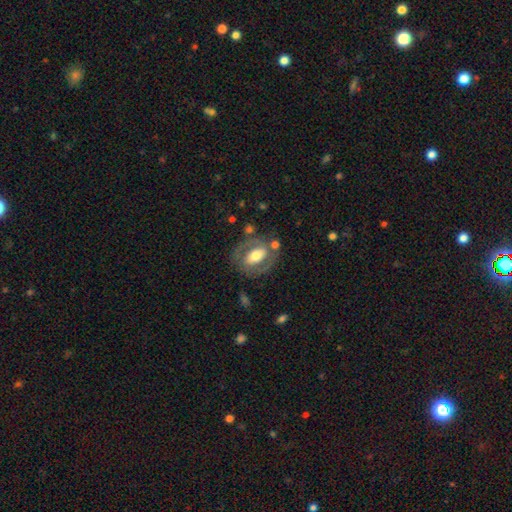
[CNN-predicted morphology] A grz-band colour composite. It shows a featured or disk galaxy (60%) with no bar (37%), no spiral arms (57%) and a moderate central bulge (57%). Merging: none (68%).